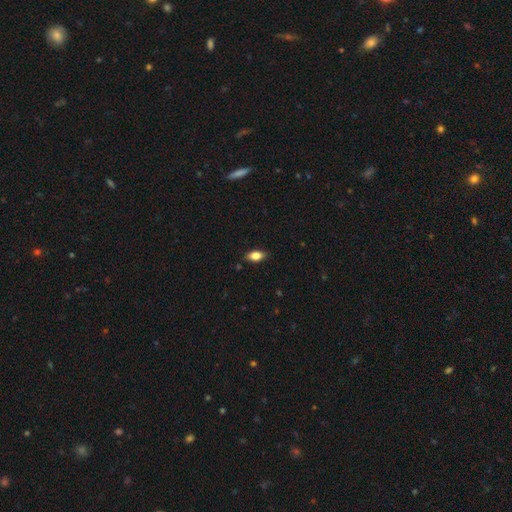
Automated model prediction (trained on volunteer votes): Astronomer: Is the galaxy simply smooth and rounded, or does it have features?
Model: smooth — 80%.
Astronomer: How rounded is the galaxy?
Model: in between — 89%.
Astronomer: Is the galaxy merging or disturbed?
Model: none — 85%.